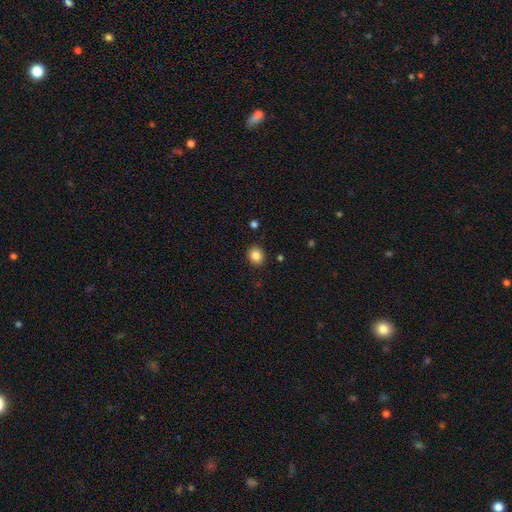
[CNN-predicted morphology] This appears to be a smooth galaxy with no disk features (86%) that is round (69%). Merging: none (89%).